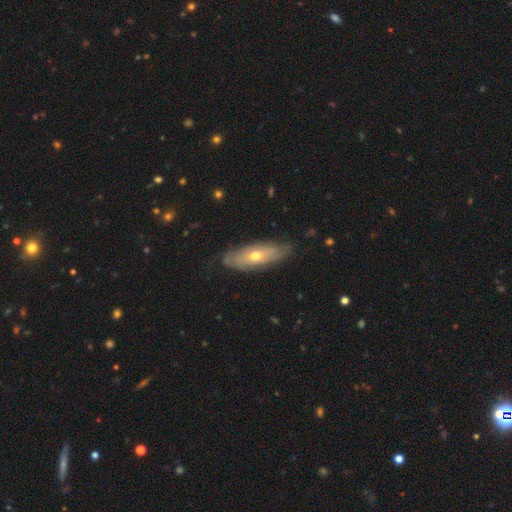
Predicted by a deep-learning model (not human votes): Overall: featured or disk (56%; smooth 38%). Edge-on disk: no (71%). Merging: none (73%).